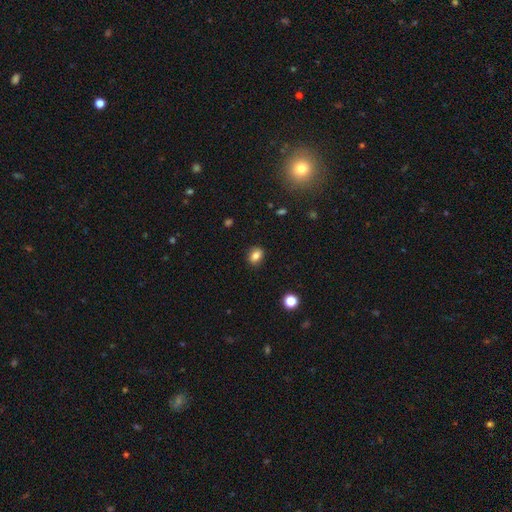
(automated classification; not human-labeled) A smooth galaxy with no disk features (84%) that is in between round and cigar-shaped (66%). Merging: none (87%).